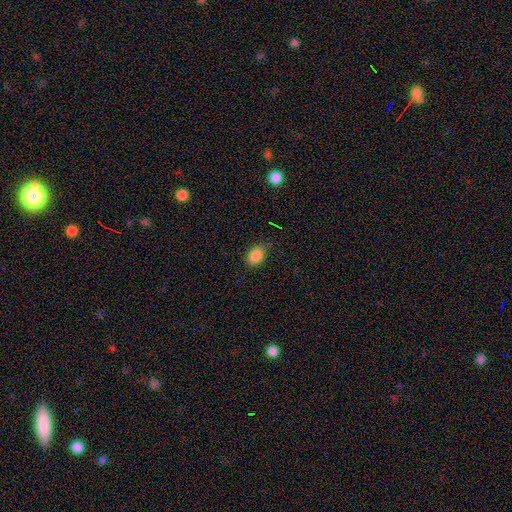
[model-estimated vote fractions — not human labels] A smooth galaxy with no disk features (86%) that is in between round and cigar-shaped (75%). Merging: none (69%).